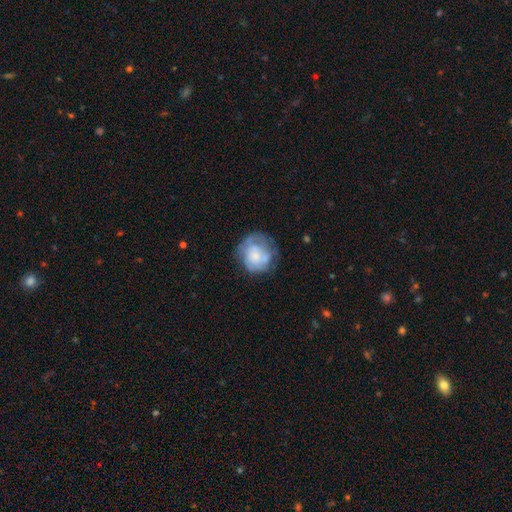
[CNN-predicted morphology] The model was most divided on "smooth or featured" (2-way tie): featured or disk: 46%, smooth: 46%, star or artifact: 8%. More confident: merging — none (53%).